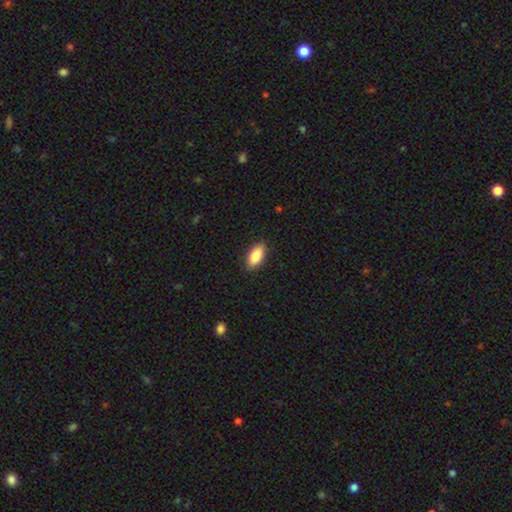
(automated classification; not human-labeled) This is clearly a smooth galaxy (86%). How rounded: clearly in between (89%). Merging: clearly none (88%).